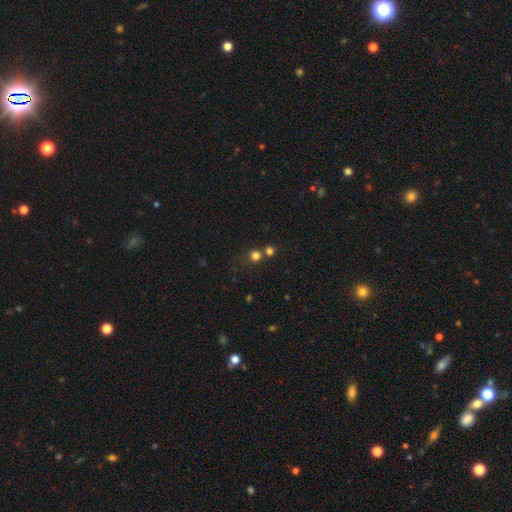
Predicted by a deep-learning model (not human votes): Smooth or featured? smooth (75%)
How rounded? round (90%)
Merging? none (61%)